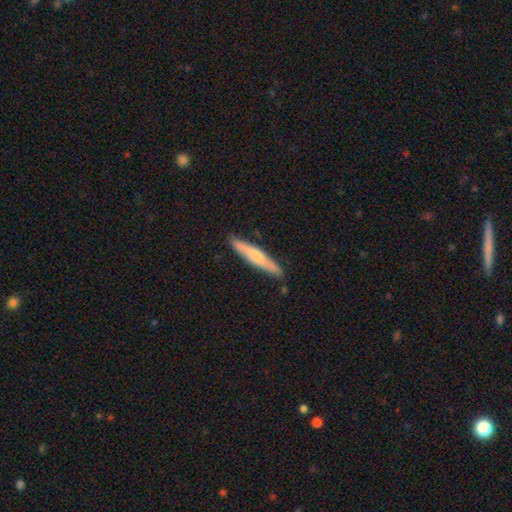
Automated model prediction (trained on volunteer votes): smooth_or_featured: smooth (p=0.57) [alt: featured or disk p=0.38]
how_rounded: cigar-shaped (p=0.92) [alt: in between p=0.07]
merging: none (p=0.86) [alt: minor disturbance p=0.10]